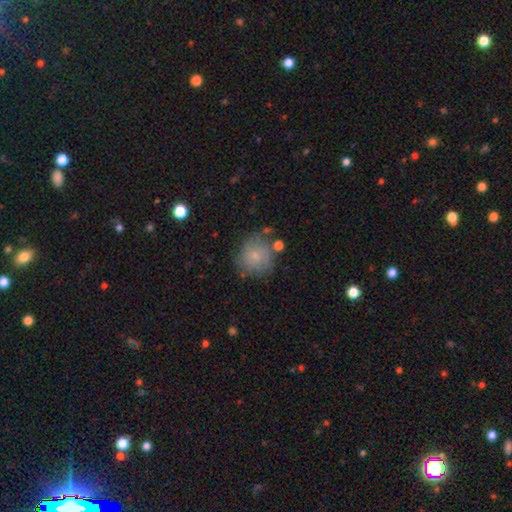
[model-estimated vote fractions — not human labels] smooth-or-featured: smooth: 70% | featured or disk: 21% | star or artifact: 8%
  how-rounded: round: 88% | in between: 11% | cigar-shaped: 1%
  merging: none: 65% | minor disturbance: 21% | major disturbance: 8% | merger: 6%